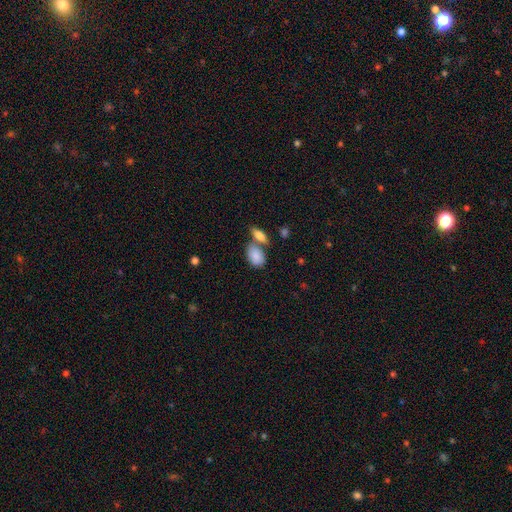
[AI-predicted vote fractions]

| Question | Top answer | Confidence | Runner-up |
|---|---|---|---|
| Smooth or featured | smooth | 86% | featured or disk (8%) |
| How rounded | in between | 85% | round (12%) |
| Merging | none | 44% | merger (39%) |